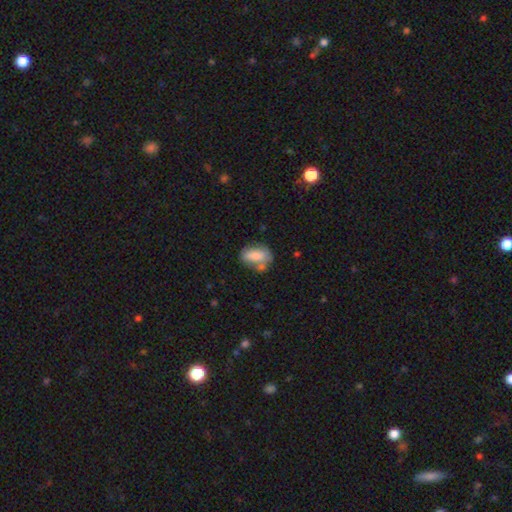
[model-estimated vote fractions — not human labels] Smooth or featured?
  - smooth: 74% *
  - featured or disk: 19%
  - star or artifact: 7%
How rounded?
  - in between: 85% *
  - round: 11%
  - cigar-shaped: 4%
Merging?
  - none: 56% *
  - minor disturbance: 22%
  - merger: 16%
  - major disturbance: 7%